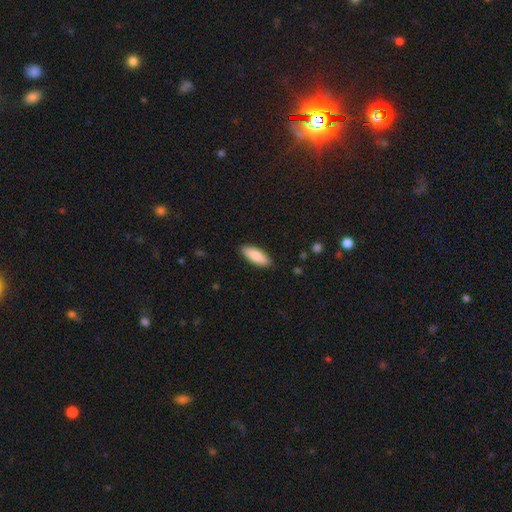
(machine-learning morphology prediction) type=smooth (86%); roundness=in between (68%); merging=none (88%).